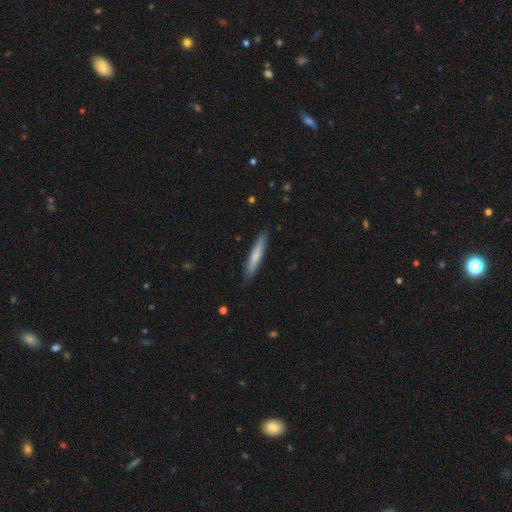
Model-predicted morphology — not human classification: A smooth galaxy with no disk features (70%) that is cigar-shaped (94%).

Vote fractions:
- Smooth or featured? smooth: 70% / featured or disk: 25% / star or artifact: 5%
- How rounded? cigar-shaped: 94% / in between: 5% / round: 1%
- Merging? none: 88% / minor disturbance: 10% / major disturbance: 2% / merger: 1%